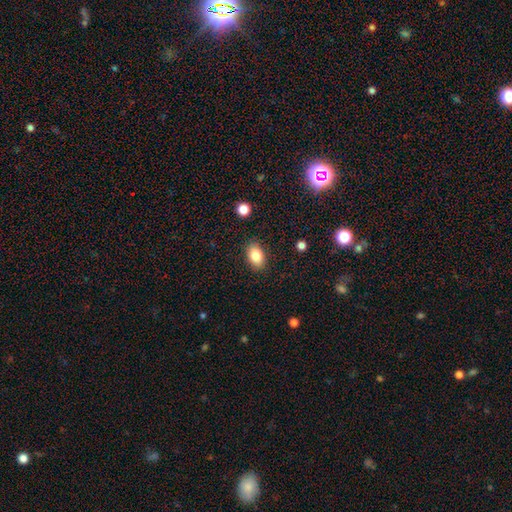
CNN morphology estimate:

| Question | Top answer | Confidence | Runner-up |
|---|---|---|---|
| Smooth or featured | smooth | 85% | star or artifact (8%) |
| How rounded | in between | 88% | round (10%) |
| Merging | none | 87% | minor disturbance (9%) |